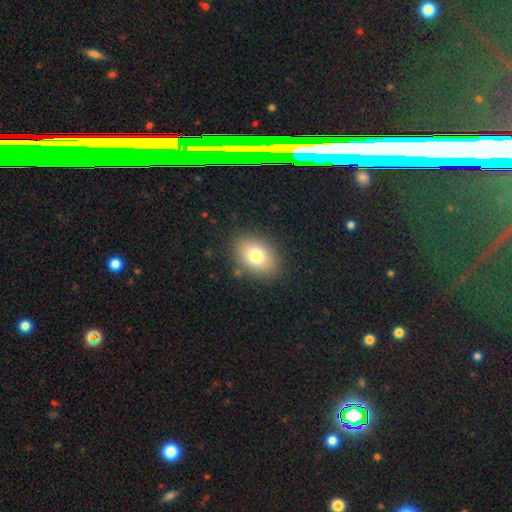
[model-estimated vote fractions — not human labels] Smooth or featured: smooth — 77% (featured or disk — 13%)
How rounded: in between — 79% (round — 20%)
Merging: none — 86% (minor disturbance — 9%)